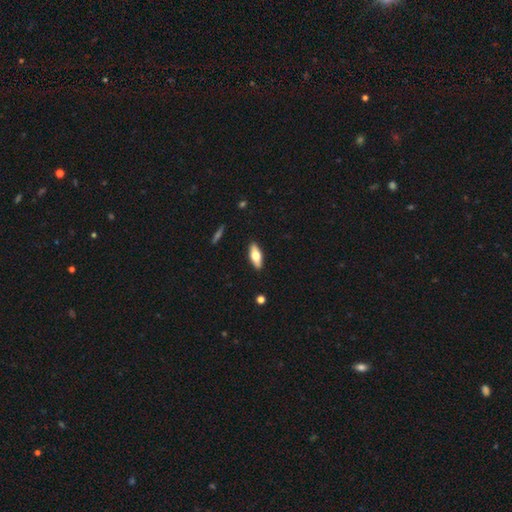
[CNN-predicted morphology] This appears to be a smooth galaxy with no disk features (58%) that is in between round and cigar-shaped (70%). Merging: none (90%).